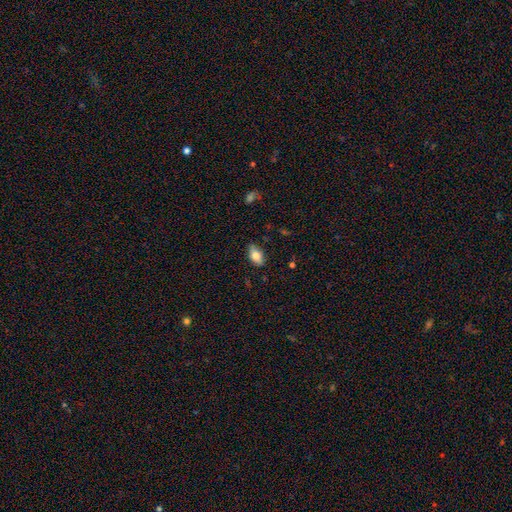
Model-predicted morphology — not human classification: The model was most divided on "smooth or featured": smooth: 74%, featured or disk: 19%, star or artifact: 8%. More confident: how rounded — in between (89%); merging — none (82%).